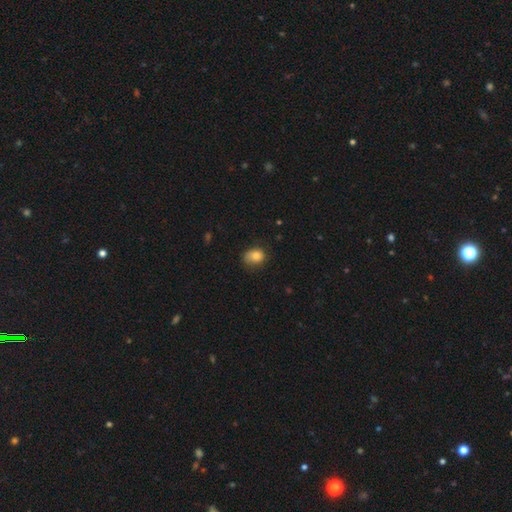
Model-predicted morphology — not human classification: Q: Smooth or featured?
A: smooth (79%); runner-up: featured or disk (12%)
Q: How rounded?
A: in between (58%); runner-up: round (41%)
Q: Merging?
A: none (56%); runner-up: minor disturbance (31%)